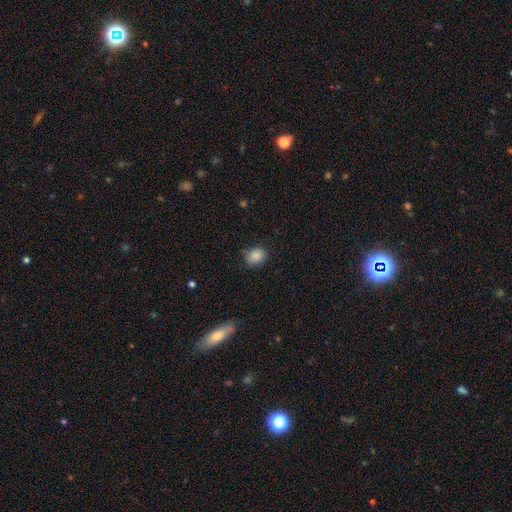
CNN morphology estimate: Smooth or featured: smooth — 86% (star or artifact — 10%)
How rounded: round — 57% (in between — 42%)
Merging: none — 73% (minor disturbance — 22%)